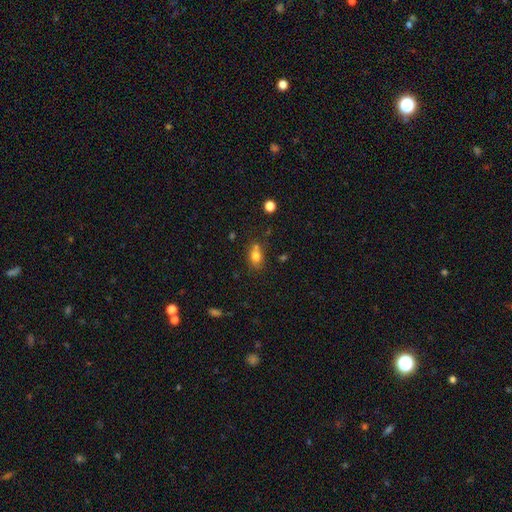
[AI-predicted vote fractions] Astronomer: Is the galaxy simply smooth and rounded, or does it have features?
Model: smooth — 77%.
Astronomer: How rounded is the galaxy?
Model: in between — 61% (runner-up: round, 37%).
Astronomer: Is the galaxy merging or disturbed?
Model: none — 55%.